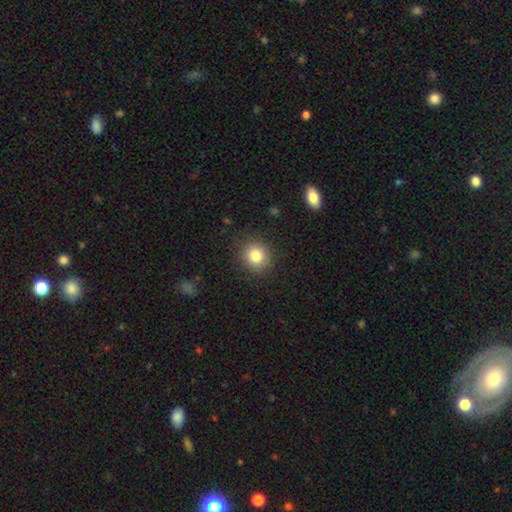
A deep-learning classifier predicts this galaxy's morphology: Q: Smooth or featured?
A: smooth (81%); runner-up: star or artifact (11%)
Q: How rounded?
A: round (88%); runner-up: in between (11%)
Q: Merging?
A: none (90%); runner-up: minor disturbance (7%)